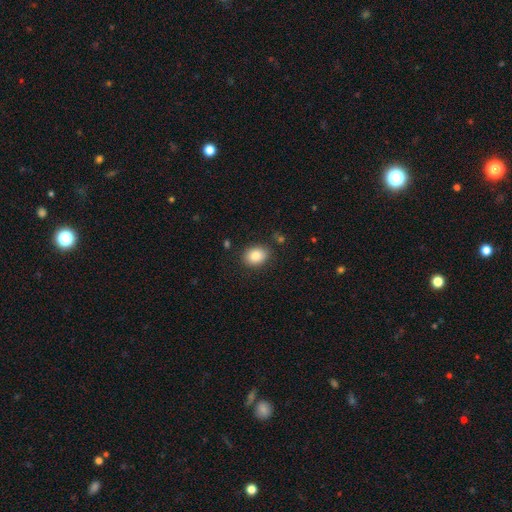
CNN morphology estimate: Smooth or featured: smooth — 84% (star or artifact — 9%)
How rounded: in between — 55% (round — 44%)
Merging: none — 85% (minor disturbance — 10%)